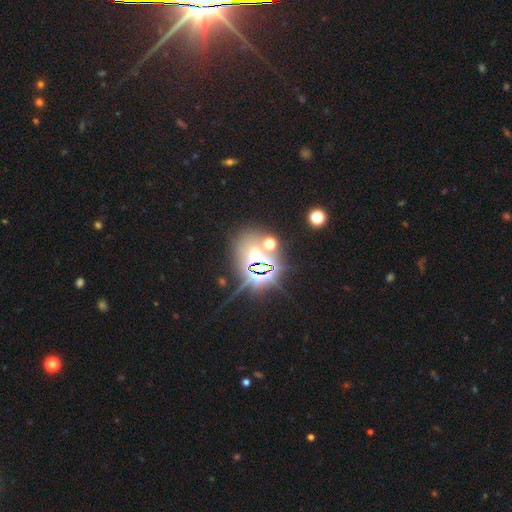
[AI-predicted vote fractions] Smooth or featured?
  - star or artifact: 59% *
  - smooth: 30%
  - featured or disk: 11%